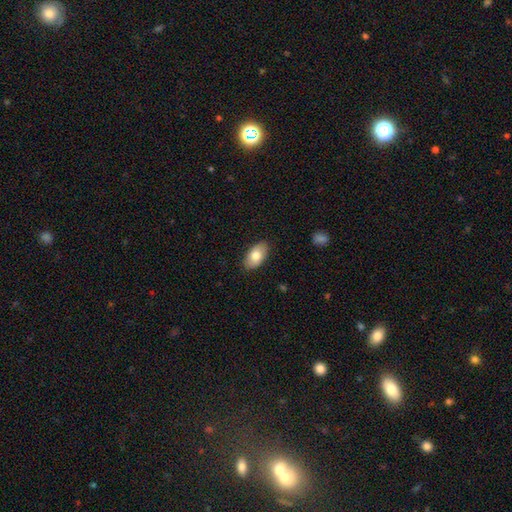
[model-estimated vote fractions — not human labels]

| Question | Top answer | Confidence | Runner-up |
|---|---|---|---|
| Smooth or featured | smooth | 78% | featured or disk (16%) |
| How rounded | in between | 94% | round (4%) |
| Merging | none | 86% | minor disturbance (11%) |